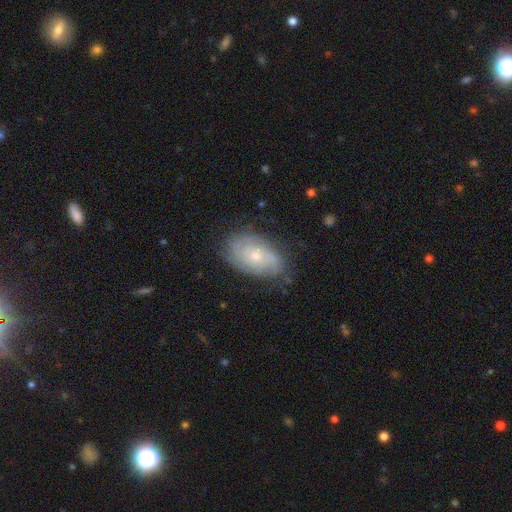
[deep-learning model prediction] Q: Smooth or featured?
A: featured or disk (67%); runner-up: smooth (26%)
Q: Edge-on disk?
A: no (95%); runner-up: yes (5%)
Q: Bar?
A: no (81%); runner-up: weak (17%)
Q: Spiral arms?
A: yes (86%); runner-up: no (14%)
Q: Spiral winding?
A: tight (64%); runner-up: medium (26%)
Q: Spiral arm count?
A: can't tell (48%); runner-up: 2 (26%)
Q: Bulge size?
A: small (58%); runner-up: moderate (39%)
Q: Merging?
A: none (73%); runner-up: minor disturbance (20%)